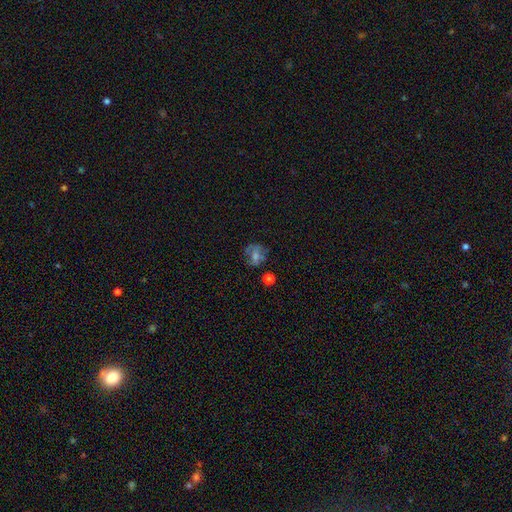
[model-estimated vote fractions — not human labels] A featured or disk galaxy (42%).

Vote fractions:
- Smooth or featured? featured or disk: 42% / smooth: 38% / star or artifact: 21%
- Merging? none: 66% / minor disturbance: 18% / major disturbance: 11% / merger: 5%